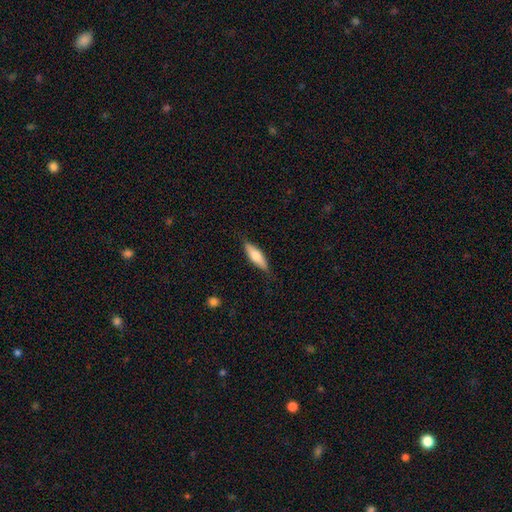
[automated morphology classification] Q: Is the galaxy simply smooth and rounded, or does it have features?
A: smooth — 64%.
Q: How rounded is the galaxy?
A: cigar-shaped — 55%.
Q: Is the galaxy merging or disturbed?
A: none — 82%.